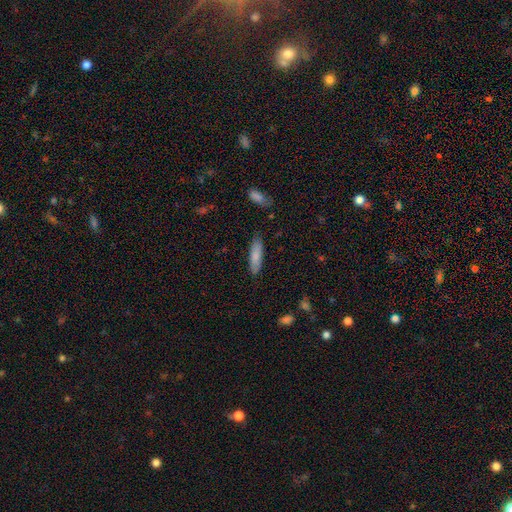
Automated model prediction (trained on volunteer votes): A smooth galaxy with no disk features (81%) that is cigar-shaped (61%).

Vote fractions:
- Smooth or featured? smooth: 81% / featured or disk: 13% / star or artifact: 6%
- How rounded? cigar-shaped: 61% / in between: 37% / round: 1%
- Merging? none: 82% / minor disturbance: 13% / major disturbance: 3% / merger: 2%